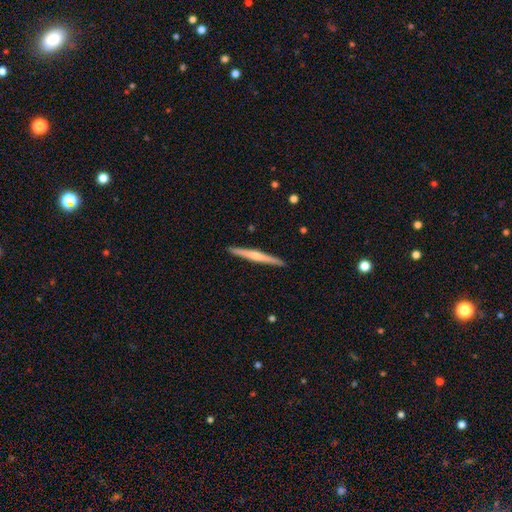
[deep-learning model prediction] Overall: featured or disk (53%; smooth 42%). Edge-on disk: yes (98%). Edge-on bulge: rounded (50%; none 40%). Merging: none (92%).